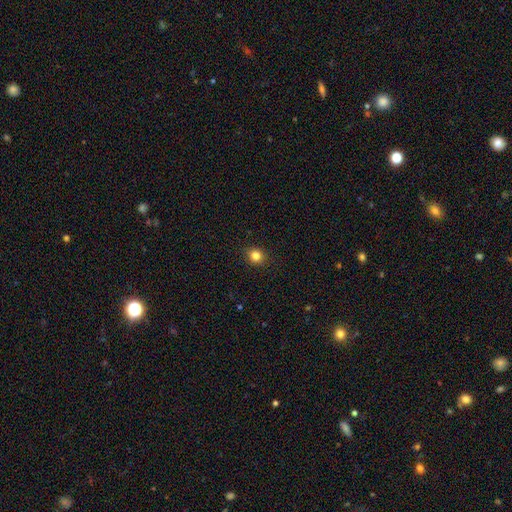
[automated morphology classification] Overall: smooth (82%). How rounded: round (83%). Merging: none (91%).